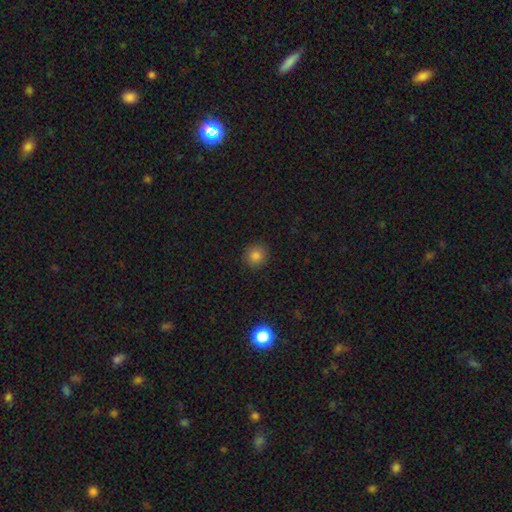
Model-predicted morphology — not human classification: Smooth or featured? Predicted: smooth (p=0.83). How rounded? Predicted: round (p=0.93). Merging? Predicted: none (p=0.91).